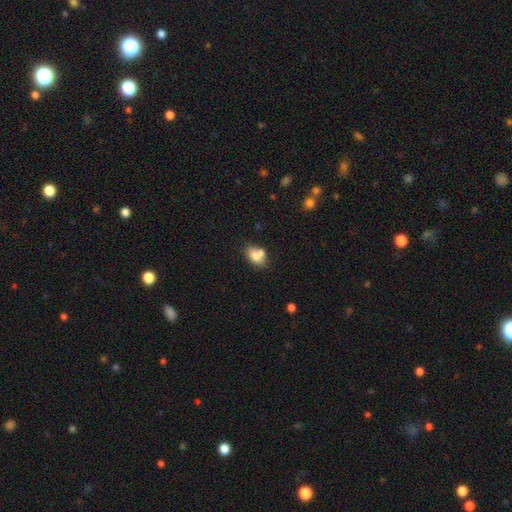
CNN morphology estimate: Q: Smooth or featured?
A: smooth (75%); runner-up: featured or disk (16%)
Q: How rounded?
A: in between (80%); runner-up: round (18%)
Q: Merging?
A: none (51%); runner-up: merger (30%)